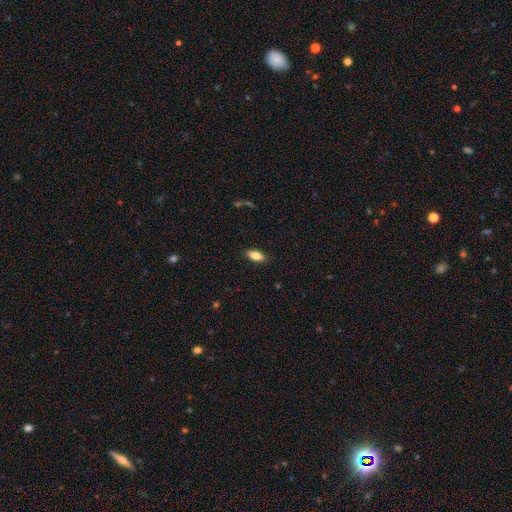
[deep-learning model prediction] A smooth galaxy with no disk features (81%) that is in between round and cigar-shaped (83%). Merging: none (87%).